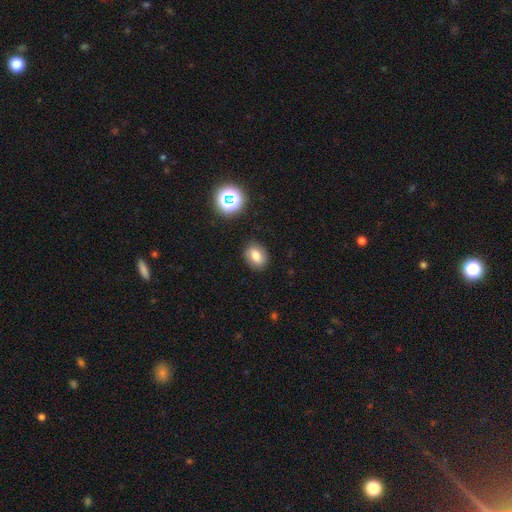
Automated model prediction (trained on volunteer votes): Morphology: type=smooth (73%); roundness=in between (64%); merging=none (86%).